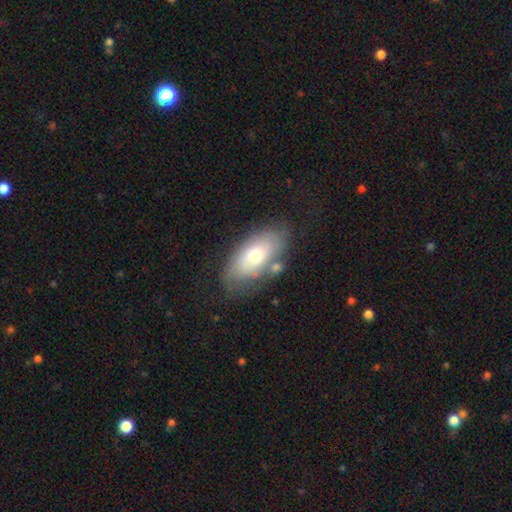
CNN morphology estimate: smooth-or-featured: smooth: 57% | featured or disk: 36% | star or artifact: 7%
  how-rounded: in between: 91% | cigar-shaped: 5% | round: 4%
  merging: none: 63% | minor disturbance: 21% | merger: 9% | major disturbance: 7%